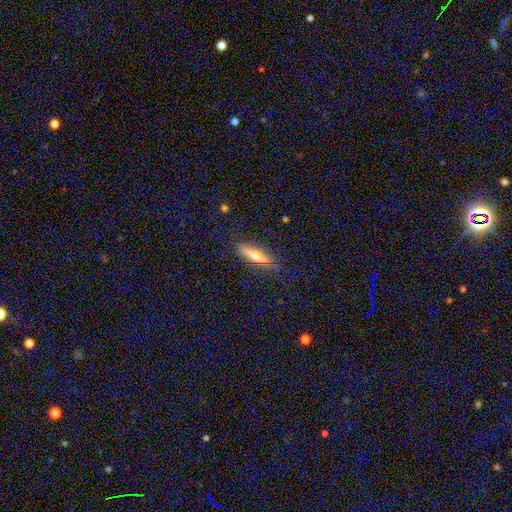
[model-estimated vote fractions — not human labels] Smooth or featured?
  - smooth: 53% *
  - featured or disk: 38%
  - star or artifact: 8%
How rounded?
  - cigar-shaped: 69% *
  - in between: 29%
  - round: 3%
Merging?
  - none: 80% *
  - minor disturbance: 14%
  - major disturbance: 4%
  - merger: 1%